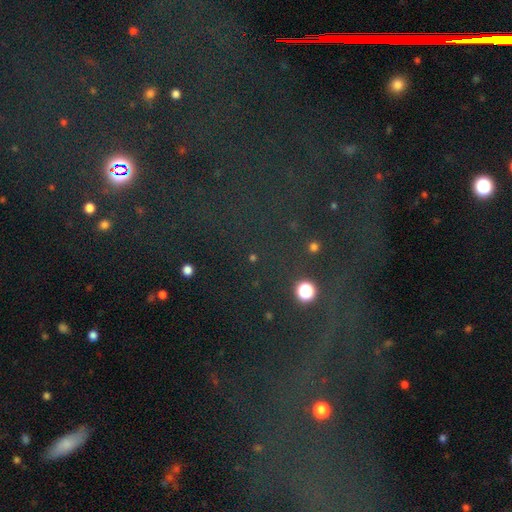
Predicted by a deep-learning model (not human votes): Smooth or featured? Predicted: star or artifact (p=0.76).